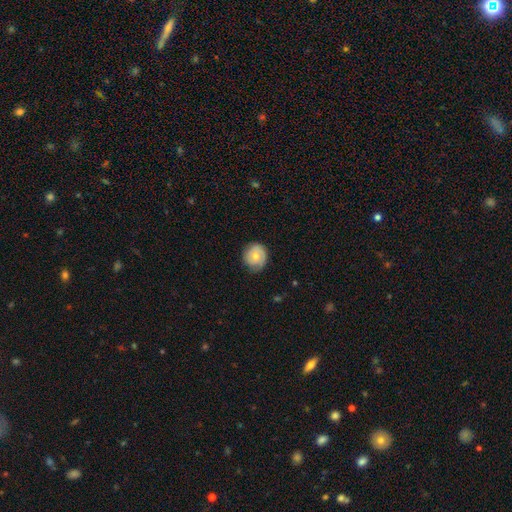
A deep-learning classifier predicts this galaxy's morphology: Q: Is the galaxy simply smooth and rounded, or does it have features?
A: smooth — 54%.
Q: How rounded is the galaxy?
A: round — 86%.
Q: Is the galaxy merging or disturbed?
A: none — 73%.